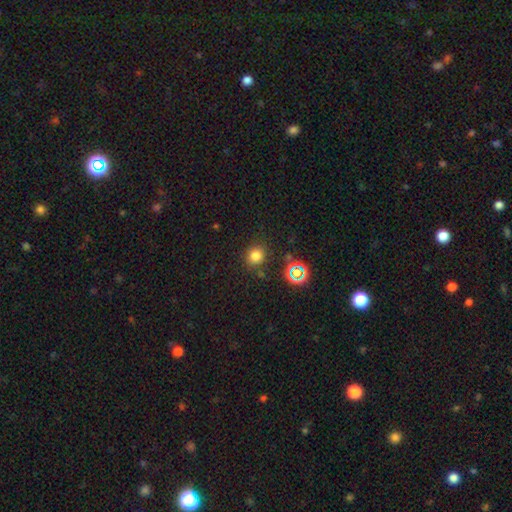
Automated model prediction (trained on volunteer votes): smooth 75%, star or artifact 19%, featured or disk 6%. Down the decision tree: how rounded — round (86%); merging — none (82%).